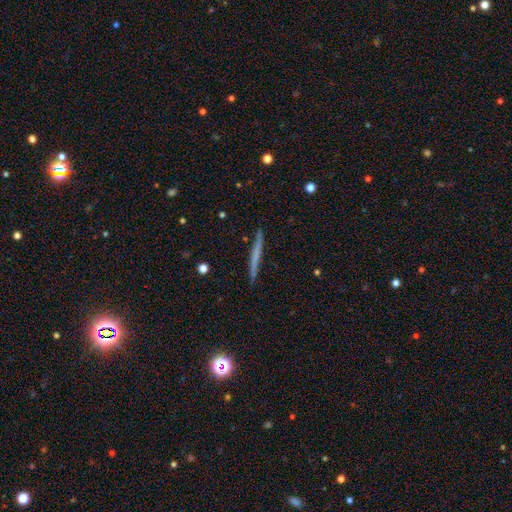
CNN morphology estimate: Smooth or featured? smooth (50%)
How rounded? cigar-shaped (96%)
Merging? none (90%)